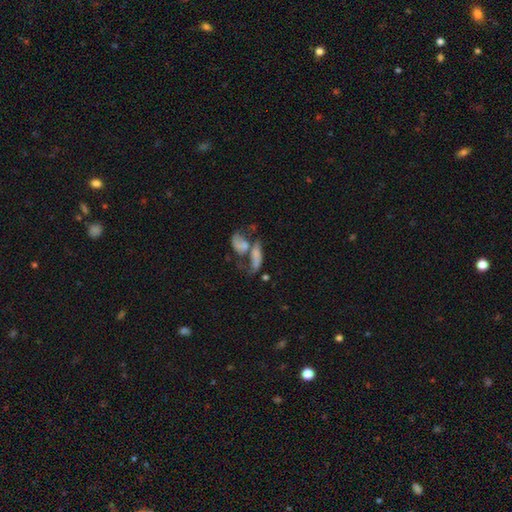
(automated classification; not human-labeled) Smooth or featured? Predicted: smooth (p=0.56). How rounded? Predicted: in between (p=0.68). Merging? Predicted: merger (p=0.59).